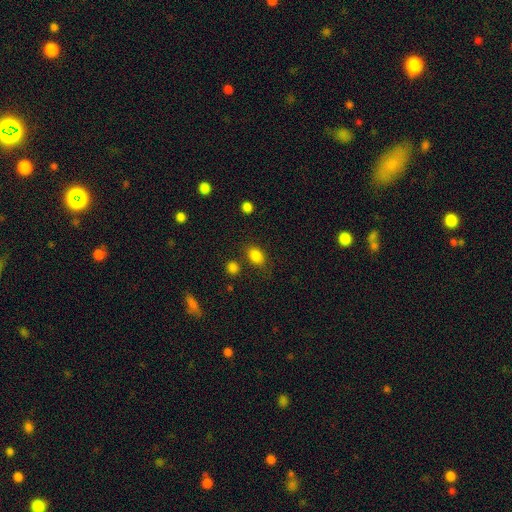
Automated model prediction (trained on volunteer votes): Smooth or featured? Predicted: smooth (p=0.84). How rounded? Predicted: in between (p=0.73). Merging? Predicted: none (p=0.75).